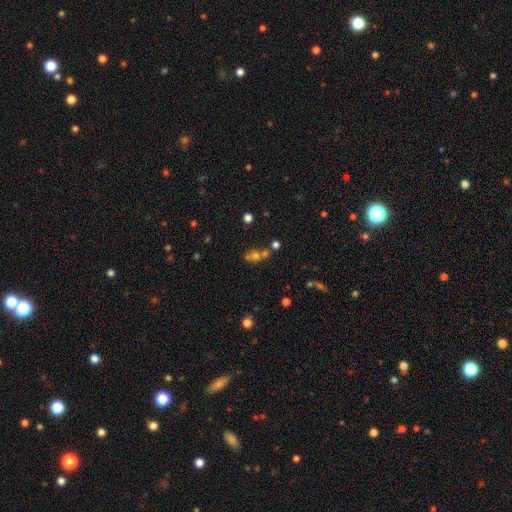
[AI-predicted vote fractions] A smooth galaxy with no disk features (54%) that is in between round and cigar-shaped (54%).

Vote fractions:
- Smooth or featured? smooth: 54% / star or artifact: 29% / featured or disk: 17%
- How rounded? in between: 54% / round: 43% / cigar-shaped: 4%
- Merging? none: 49% / merger: 30% / minor disturbance: 13% / major disturbance: 7%